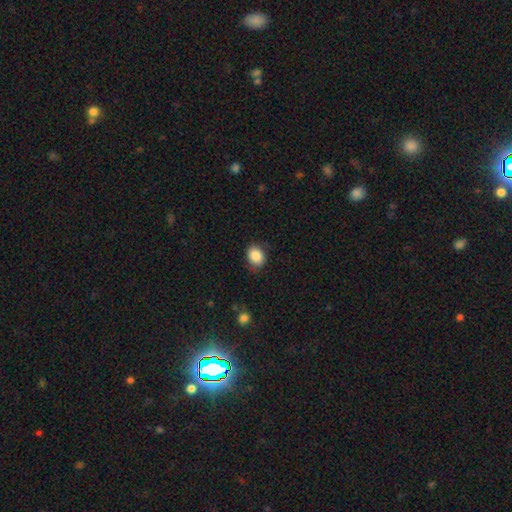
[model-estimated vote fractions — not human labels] smooth_or_featured: smooth (p=0.87) [alt: star or artifact p=0.08]
how_rounded: in between (p=0.58) [alt: round p=0.41]
merging: none (p=0.79) [alt: minor disturbance p=0.16]